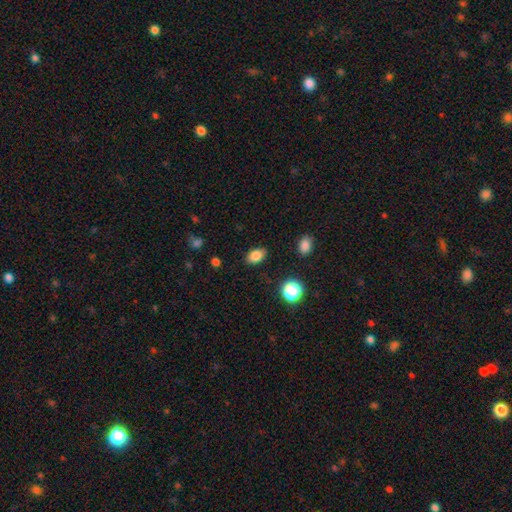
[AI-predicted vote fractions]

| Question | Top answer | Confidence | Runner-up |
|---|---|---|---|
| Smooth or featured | smooth | 83% | star or artifact (10%) |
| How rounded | in between | 84% | round (14%) |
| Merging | none | 85% | minor disturbance (11%) |